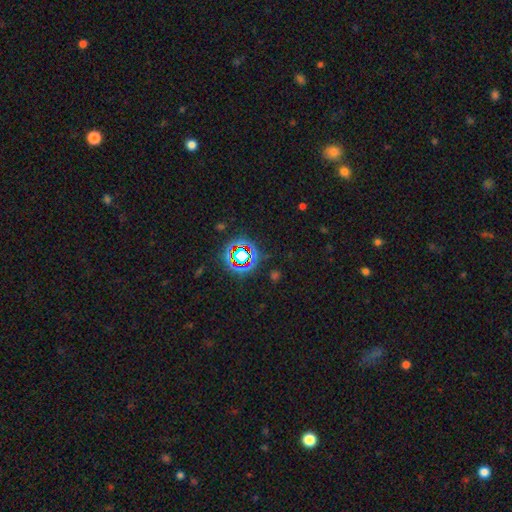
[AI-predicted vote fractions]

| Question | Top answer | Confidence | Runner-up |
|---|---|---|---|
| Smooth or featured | star or artifact | 72% | smooth (17%) |